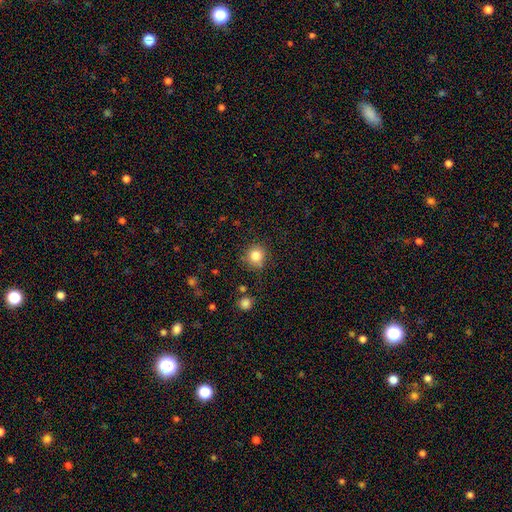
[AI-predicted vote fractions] smooth_or_featured: smooth (p=0.83) [alt: star or artifact p=0.11]
how_rounded: round (p=0.91) [alt: in between p=0.09]
merging: none (p=0.82) [alt: minor disturbance p=0.12]